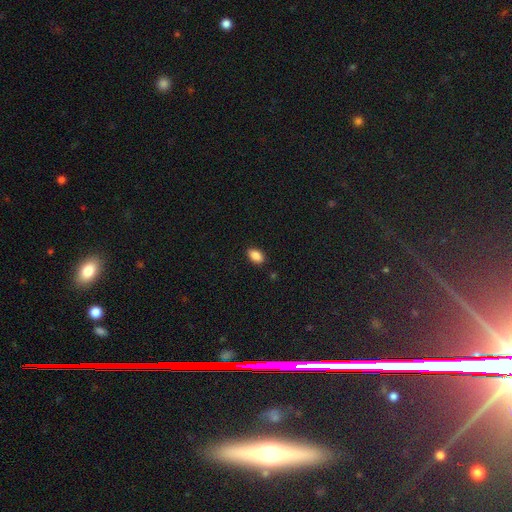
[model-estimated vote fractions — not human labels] Q: Smooth or featured?
A: smooth (87%); runner-up: star or artifact (8%)
Q: How rounded?
A: in between (91%); runner-up: round (6%)
Q: Merging?
A: none (87%); runner-up: minor disturbance (9%)